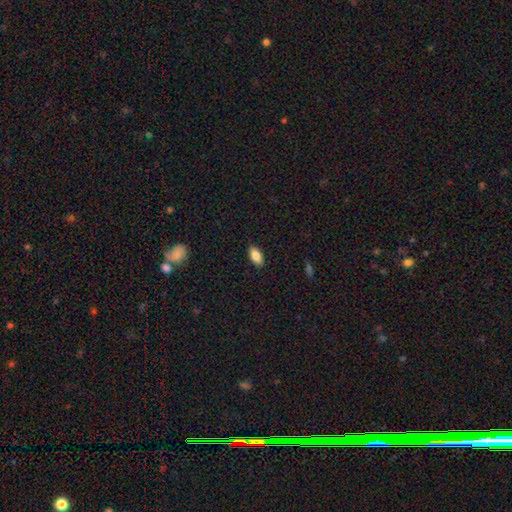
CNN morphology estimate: smooth 85%, featured or disk 8%, star or artifact 7%. Down the decision tree: how rounded — in between (91%); merging — none (88%).